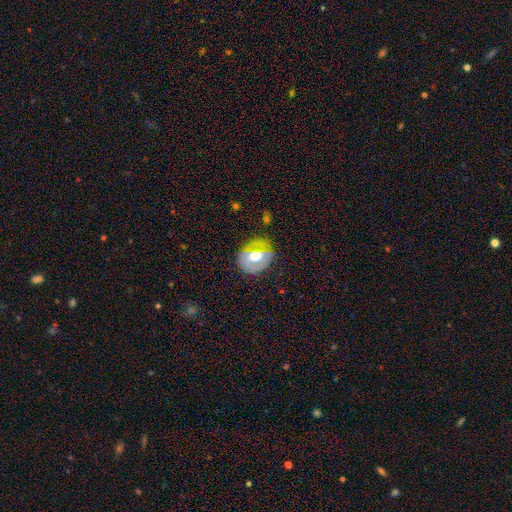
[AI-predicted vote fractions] Smooth or featured: featured or disk — 55% (smooth — 38%)
Edge-on disk: no — 93% (yes — 7%)
Bar: no — 47% (weak — 34%)
Spiral arms: no — 65% (yes — 35%)
Bulge size: moderate — 64% (large — 28%)
Merging: none — 66% (minor disturbance — 23%)